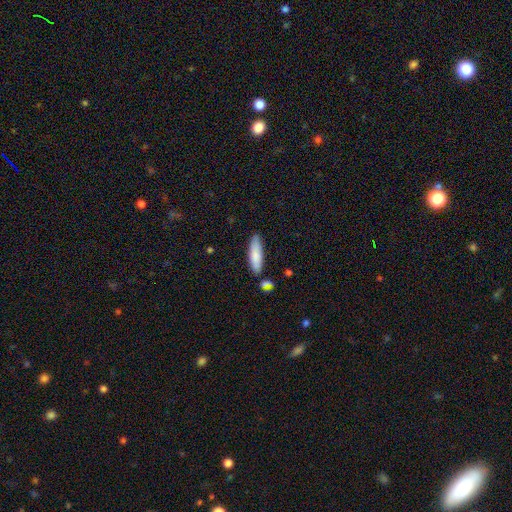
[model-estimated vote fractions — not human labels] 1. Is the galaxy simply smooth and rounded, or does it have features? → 82% smooth, 12% featured or disk, 6% star or artifact.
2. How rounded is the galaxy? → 61% cigar-shaped, 38% in between, 2% round.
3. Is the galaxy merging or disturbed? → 80% none, 13% minor disturbance, 4% merger, 2% major disturbance.